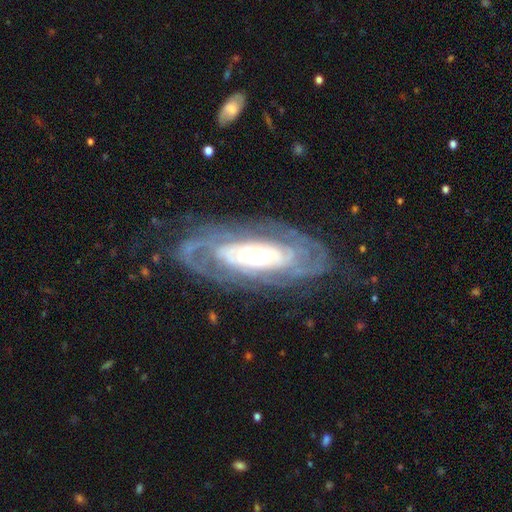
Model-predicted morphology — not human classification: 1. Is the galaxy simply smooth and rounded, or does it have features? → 84% featured or disk, 10% smooth, 5% star or artifact.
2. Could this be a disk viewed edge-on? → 89% no, 11% yes.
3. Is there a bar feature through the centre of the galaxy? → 69% no, 18% weak, 13% strong.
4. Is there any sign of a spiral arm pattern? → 89% yes, 11% no.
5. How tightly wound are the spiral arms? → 74% tight, 20% medium, 7% loose.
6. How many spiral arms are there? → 47% can't tell, 21% 2, 11% 3, 8% 4, 8% more than 4, 6% 1.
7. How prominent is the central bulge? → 43% moderate, 40% small, 13% large, 3% dominant, 1% none.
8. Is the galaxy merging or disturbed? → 74% none, 15% minor disturbance, 9% major disturbance, 2% merger.